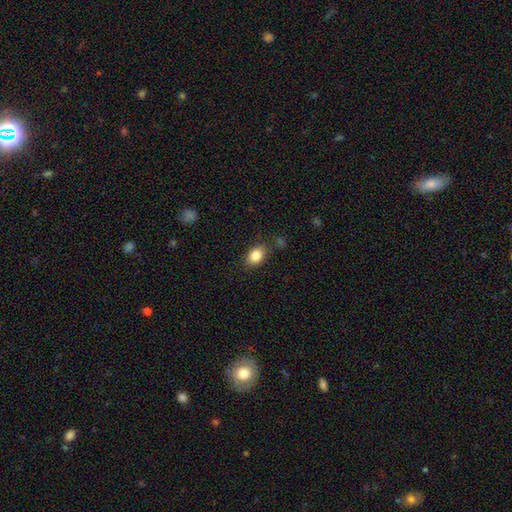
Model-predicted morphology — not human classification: smooth_or_featured: smooth (p=0.85) [alt: star or artifact p=0.09]
how_rounded: in between (p=0.79) [alt: round p=0.20]
merging: none (p=0.79) [alt: minor disturbance p=0.14]